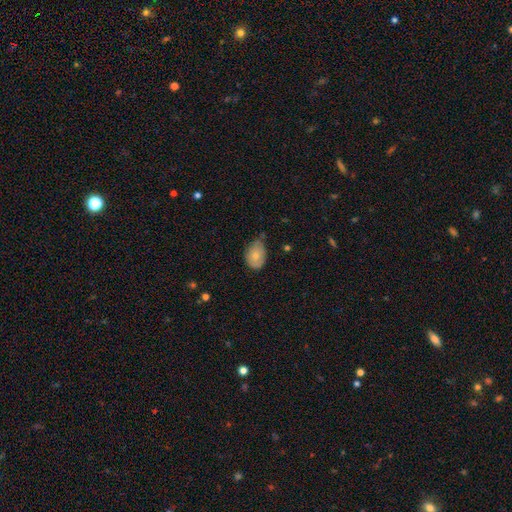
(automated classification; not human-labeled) Q: Smooth or featured?
A: smooth (76%); runner-up: featured or disk (17%)
Q: How rounded?
A: in between (76%); runner-up: round (23%)
Q: Merging?
A: none (49%); runner-up: minor disturbance (40%)